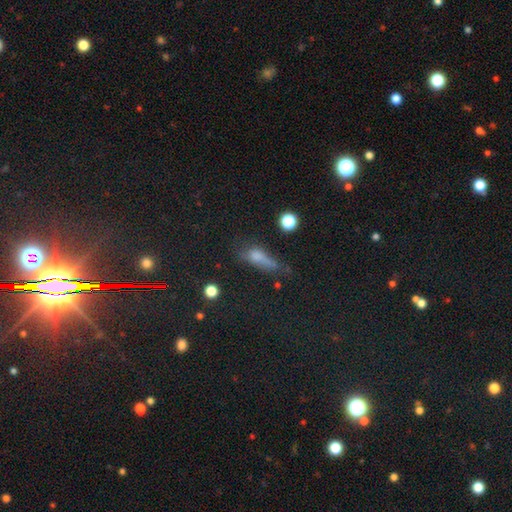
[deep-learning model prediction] Q: Smooth or featured?
A: smooth (58%); runner-up: star or artifact (24%)
Q: How rounded?
A: in between (46%); runner-up: cigar-shaped (41%)
Q: Merging?
A: none (40%); runner-up: minor disturbance (29%)